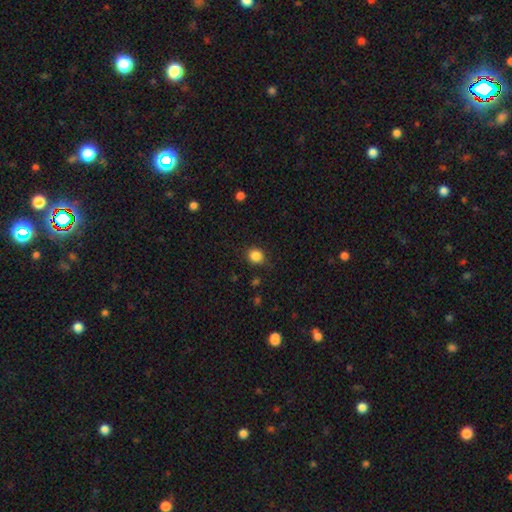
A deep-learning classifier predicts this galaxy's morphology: A smooth galaxy with no disk features (85%) that is round (84%). Merging: none (85%).